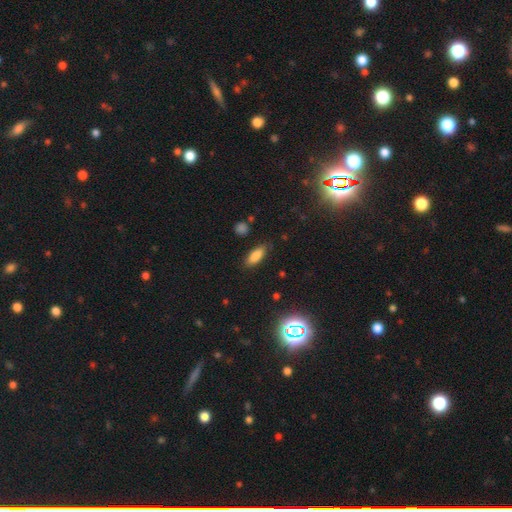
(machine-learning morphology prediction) A smooth galaxy with no disk features (82%) that is in between round and cigar-shaped (74%). Merging: none (82%).